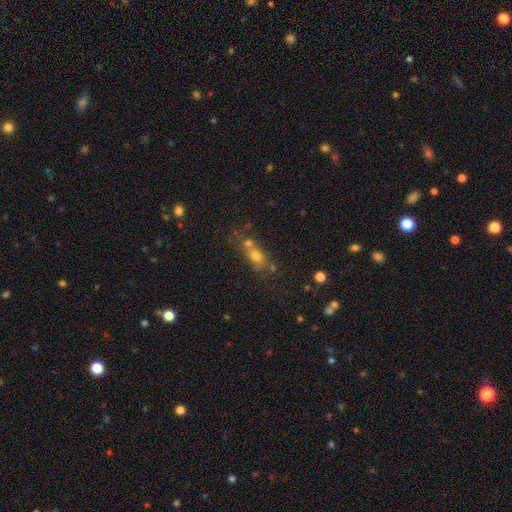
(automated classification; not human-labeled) Morphology: type=smooth (63%); roundness=in between (52%); merging=merger (44%).